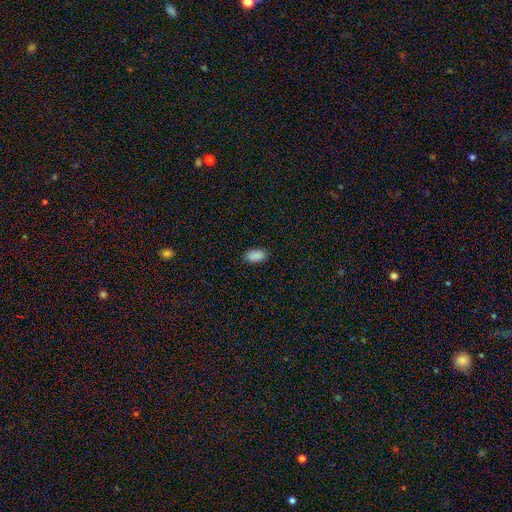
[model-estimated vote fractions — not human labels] smooth_or_featured: smooth (p=0.90) [alt: star or artifact p=0.08]
how_rounded: in between (p=0.94) [alt: round p=0.03]
merging: none (p=0.89) [alt: minor disturbance p=0.08]